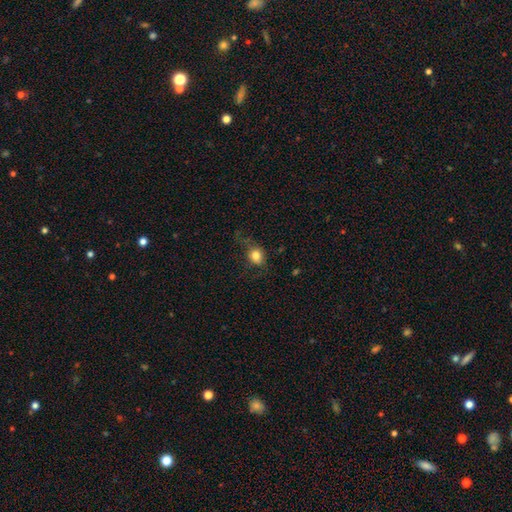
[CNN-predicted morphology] Smooth or featured? Predicted: smooth (p=0.79). How rounded? Predicted: round (p=0.62). Merging? Predicted: none (p=0.54).